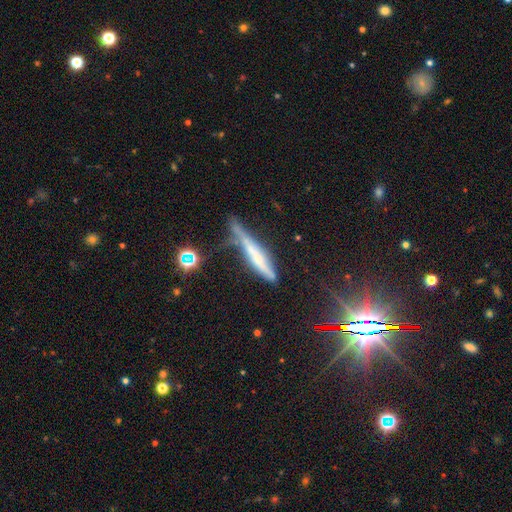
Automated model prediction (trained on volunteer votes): featured or disk 49%, smooth 37%, star or artifact 14%. Down the decision tree: merging — none (43%).